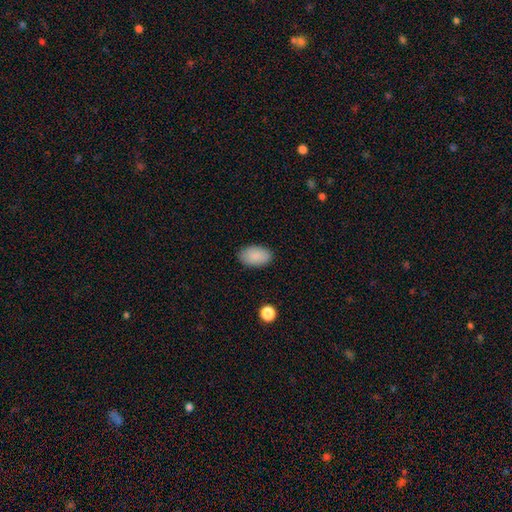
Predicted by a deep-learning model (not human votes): smooth-or-featured: smooth: 89% | star or artifact: 7% | featured or disk: 4%
  how-rounded: in between: 93% | round: 6% | cigar-shaped: 1%
  merging: none: 86% | minor disturbance: 10% | major disturbance: 2% | merger: 1%